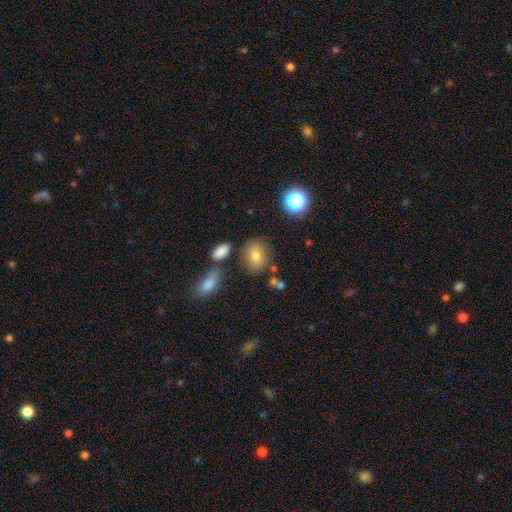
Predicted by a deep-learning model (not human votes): Smooth or featured? Predicted: smooth (p=0.76). How rounded? Predicted: in between (p=0.59). Merging? Predicted: none (p=0.75).